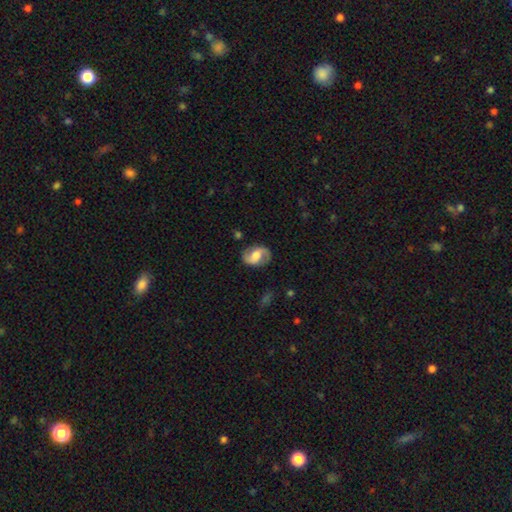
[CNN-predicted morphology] A featured or disk galaxy (77%) with a weak bar (45%), 2 (92%) medium (48%) spiral arms (93%) and a moderate central bulge (42%).

Vote fractions:
- Smooth or featured? featured or disk: 77% / smooth: 17% / star or artifact: 6%
- Edge-on disk? no: 97% / yes: 3%
- Bar? weak: 45% / no: 34% / strong: 21%
- Spiral arms? yes: 93% / no: 7%
- Spiral winding? medium: 48% / loose: 34% / tight: 18%
- Spiral arm count? 2: 92% / can't tell: 3% / 1: 2% / 3: 1% / 4: 1% / more than 4: 1%
- Bulge size? moderate: 42% / large: 30% / small: 15% / none: 9% / dominant: 4%
- Merging? none: 81% / minor disturbance: 13% / major disturbance: 4% / merger: 2%